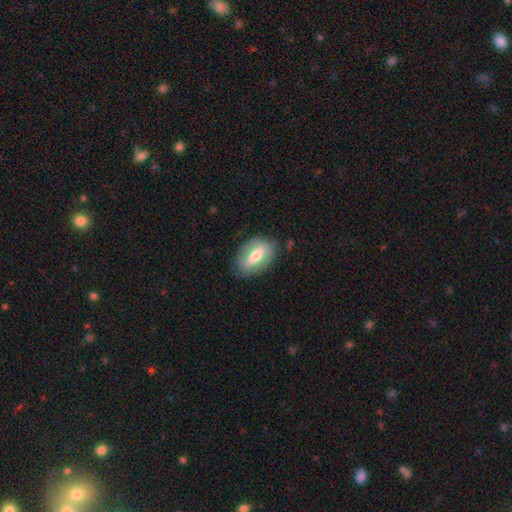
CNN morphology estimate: Smooth or featured? featured or disk (55%)
Edge-on disk? no (87%)
Merging? none (77%)